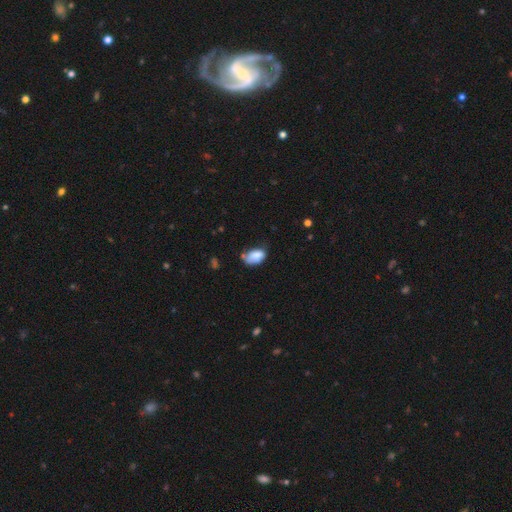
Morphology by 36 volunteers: A smooth galaxy with no disk features (78%) that is in between round and cigar-shaped (96%).

Vote fractions:
- Smooth or featured? smooth: 78% / featured or disk: 17% / star or artifact: 6%
- How rounded? in between: 96% / round: 4% / cigar-shaped: 0%
- Merging? none: 44% / minor disturbance: 41% / merger: 12% / major disturbance: 3%